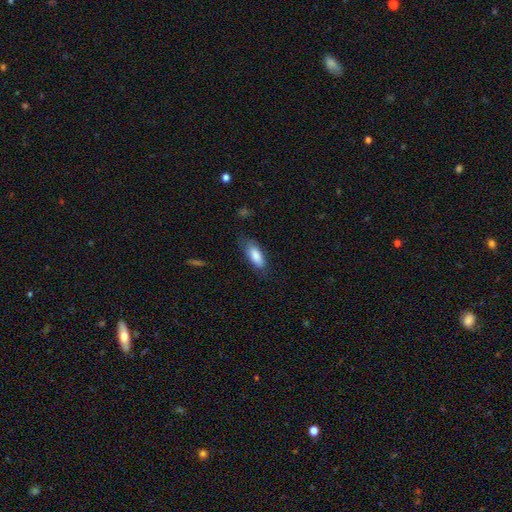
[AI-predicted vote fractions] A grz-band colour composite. It shows a smooth galaxy with no disk features (84%) that is in between round and cigar-shaped (74%). Merging: none (73%).